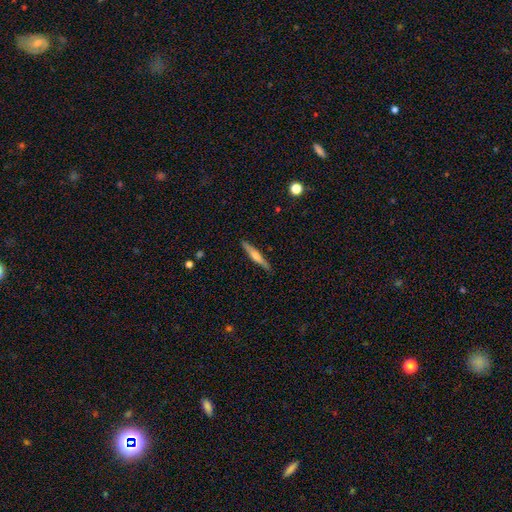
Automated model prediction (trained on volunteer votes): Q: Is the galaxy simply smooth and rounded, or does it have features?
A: featured or disk — 52%.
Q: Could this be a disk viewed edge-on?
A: yes — 96%.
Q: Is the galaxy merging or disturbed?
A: none — 89%.